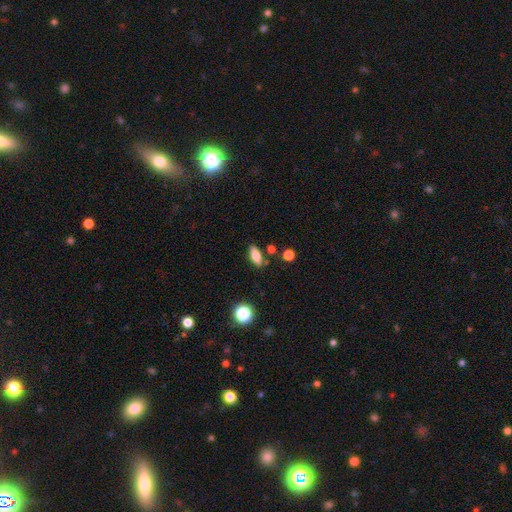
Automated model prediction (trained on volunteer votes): Smooth or featured? smooth (76%)
How rounded? in between (74%)
Merging? none (81%)